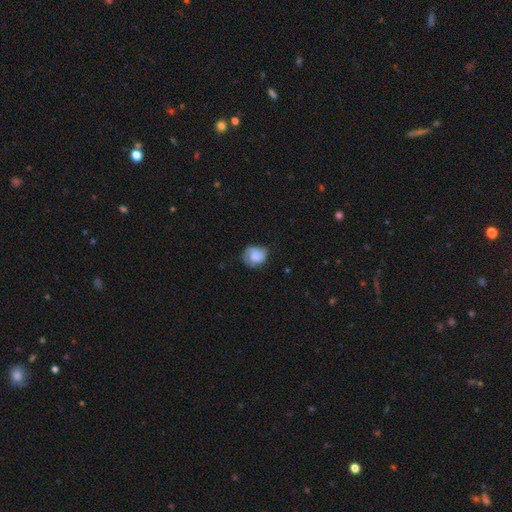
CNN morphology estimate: The model was most divided on "merging": none: 60%, minor disturbance: 28%, major disturbance: 10%, merger: 1%. More confident: smooth or featured — smooth (67%); how rounded — round (66%).